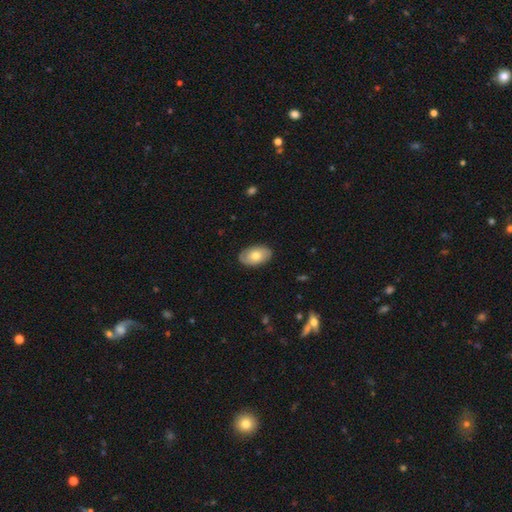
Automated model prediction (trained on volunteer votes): Morphology: type=smooth (70%); roundness=in between (93%); merging=none (86%).